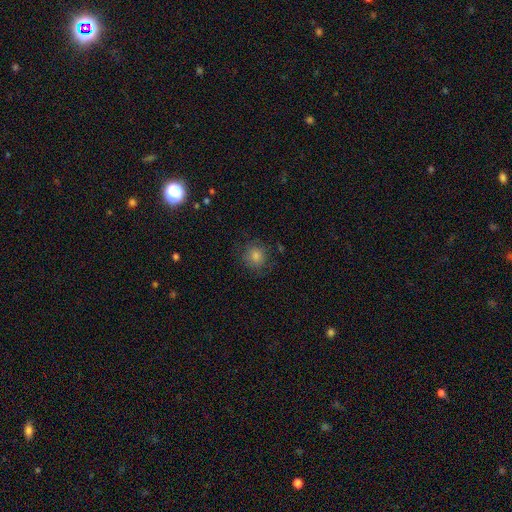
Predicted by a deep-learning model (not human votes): Smooth or featured? smooth (73%)
How rounded? round (91%)
Merging? none (82%)